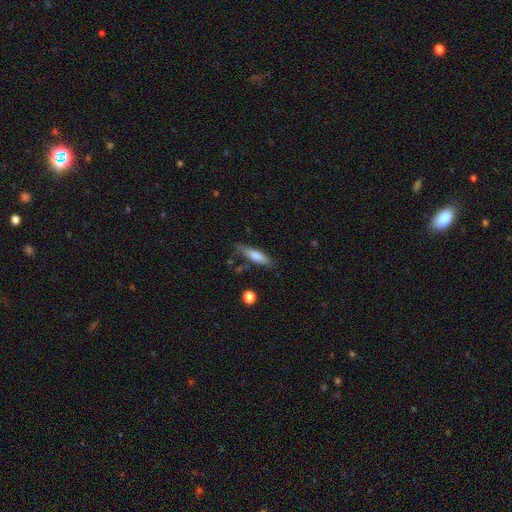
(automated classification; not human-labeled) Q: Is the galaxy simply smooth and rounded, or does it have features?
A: smooth — 65%.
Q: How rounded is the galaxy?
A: cigar-shaped — 72%.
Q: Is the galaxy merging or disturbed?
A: none — 74%.